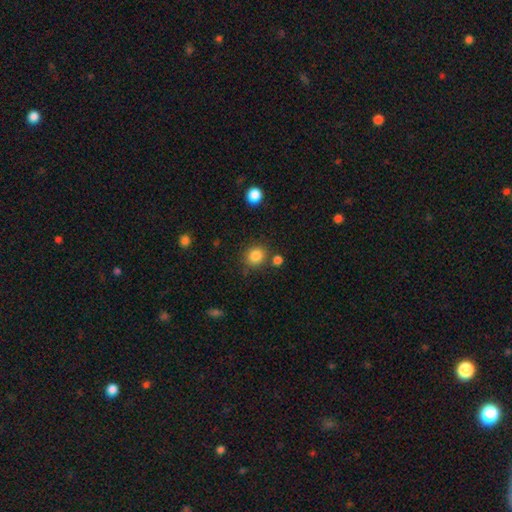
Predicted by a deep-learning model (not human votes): smooth-or-featured: smooth: 85% | star or artifact: 11% | featured or disk: 4%
  how-rounded: round: 78% | in between: 21% | cigar-shaped: 1%
  merging: none: 78% | minor disturbance: 10% | merger: 7% | major disturbance: 4%